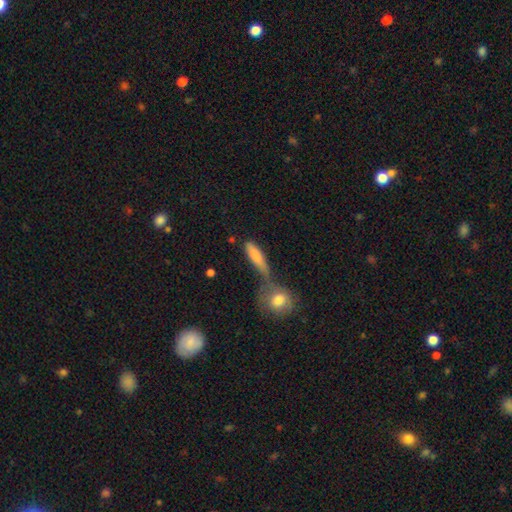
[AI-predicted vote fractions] A smooth galaxy with no disk features (77%) that is cigar-shaped (52%). Merging: merger (39%, tied with none).